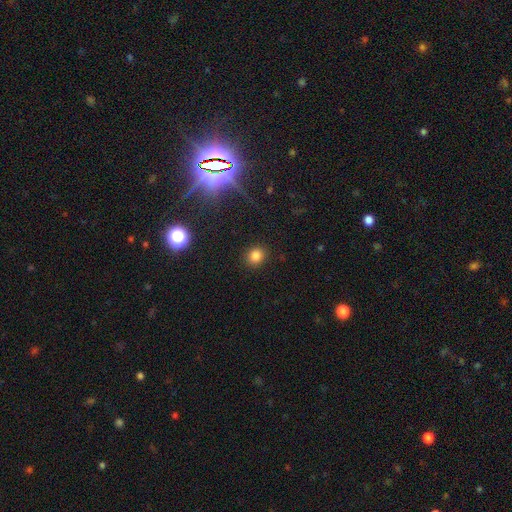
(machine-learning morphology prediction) Smooth or featured: smooth — 81% (star or artifact — 13%)
How rounded: round — 77% (in between — 22%)
Merging: none — 90% (minor disturbance — 7%)